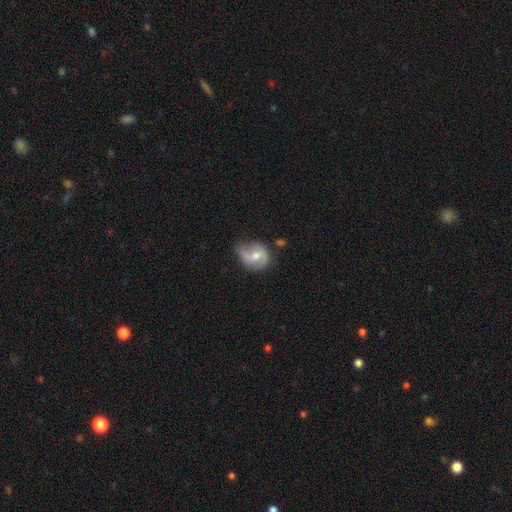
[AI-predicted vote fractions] The model was most divided on "bar": weak: 46%, no: 44%, strong: 10%. Remaining: edge-on disk — no (97%); spiral arms — yes (87%); spiral arm count — 2 (75%); bulge size — moderate (64%); smooth or featured — featured or disk (63%); merging — none (52%); spiral winding — medium (43%).